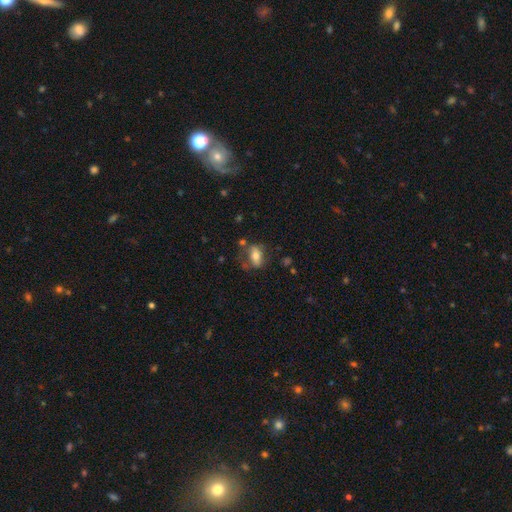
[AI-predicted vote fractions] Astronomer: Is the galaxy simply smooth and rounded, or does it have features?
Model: smooth — 63%.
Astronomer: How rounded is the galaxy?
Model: in between — 82%.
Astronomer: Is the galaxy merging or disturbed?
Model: none — 57%.